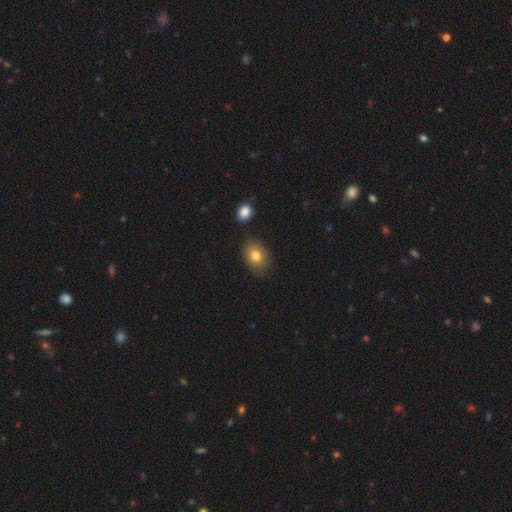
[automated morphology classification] Smooth or featured? Predicted: smooth (p=0.79). How rounded? Predicted: in between (p=0.66). Merging? Predicted: none (p=0.80).